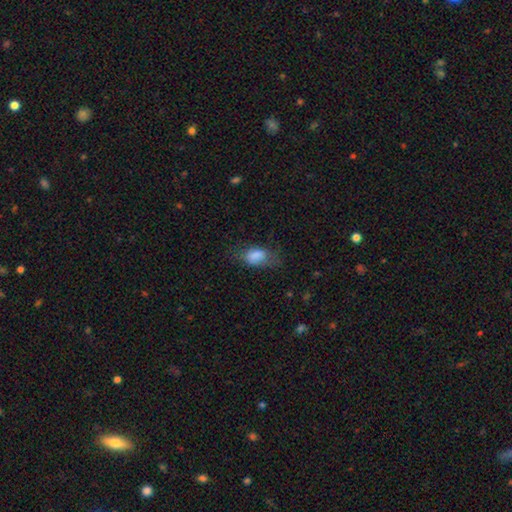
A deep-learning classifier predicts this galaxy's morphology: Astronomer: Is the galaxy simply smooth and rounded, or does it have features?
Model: smooth — 82%.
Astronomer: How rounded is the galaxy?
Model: in between — 88%.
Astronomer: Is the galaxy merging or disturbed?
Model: none — 56%.